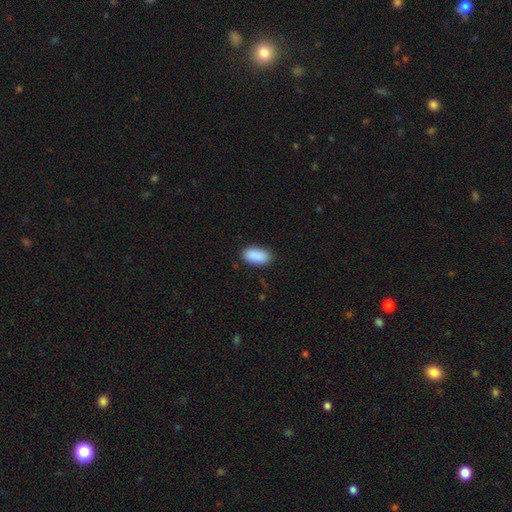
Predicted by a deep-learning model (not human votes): smooth_or_featured: smooth (p=0.91) [alt: star or artifact p=0.07]
how_rounded: in between (p=0.94) [alt: cigar-shaped p=0.03]
merging: none (p=0.85) [alt: minor disturbance p=0.11]